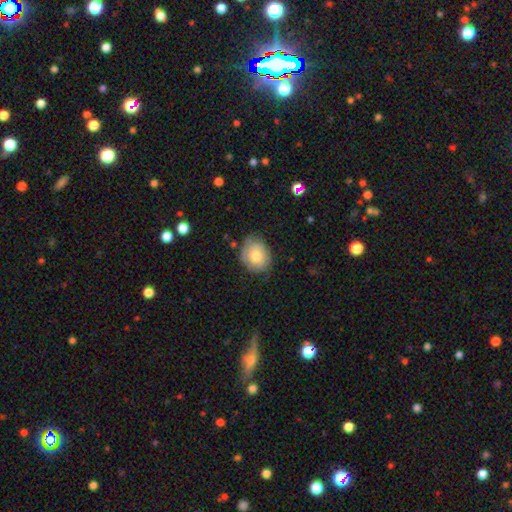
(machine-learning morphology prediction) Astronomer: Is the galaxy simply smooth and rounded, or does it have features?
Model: smooth — 68%.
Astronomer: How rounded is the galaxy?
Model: round — 60% (runner-up: in between, 39%).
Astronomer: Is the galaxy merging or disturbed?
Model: none — 66%.